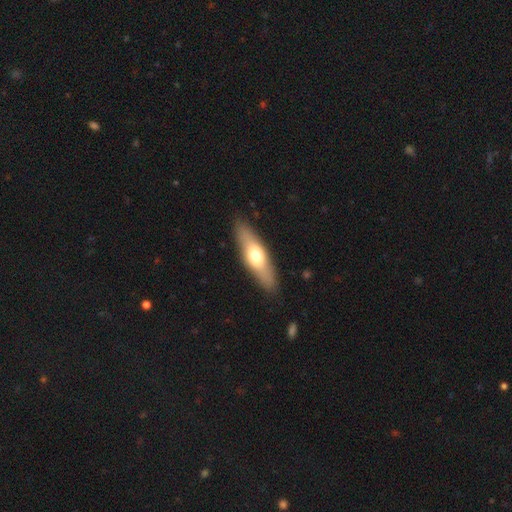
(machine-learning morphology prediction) The model was most divided on "how rounded": cigar-shaped: 54%, in between: 43%, round: 3%. More confident: merging — none (88%); smooth or featured — smooth (56%).